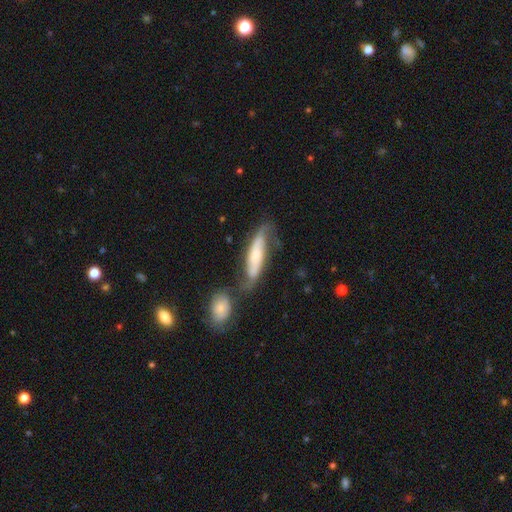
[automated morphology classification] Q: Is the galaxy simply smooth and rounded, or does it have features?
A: featured or disk — 57%.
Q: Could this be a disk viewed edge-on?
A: no — 68%.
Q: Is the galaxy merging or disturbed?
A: none — 44%.